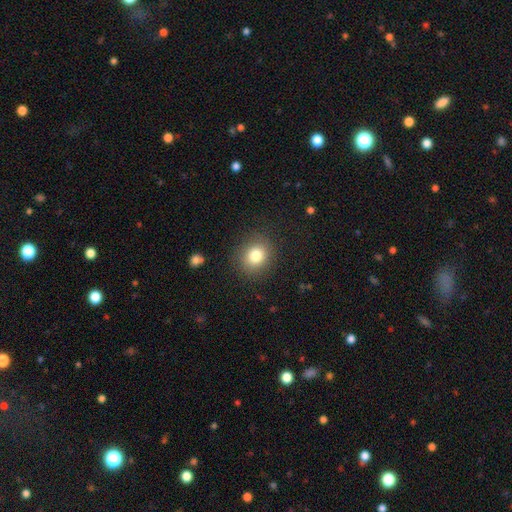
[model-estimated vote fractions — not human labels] Smooth or featured: smooth — 81% (star or artifact — 11%)
How rounded: round — 70% (in between — 29%)
Merging: none — 87% (minor disturbance — 9%)